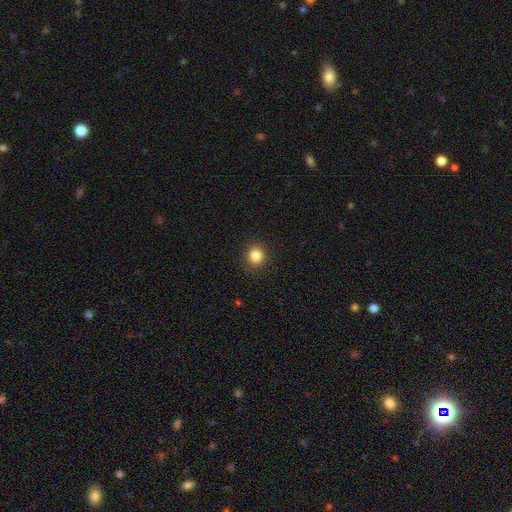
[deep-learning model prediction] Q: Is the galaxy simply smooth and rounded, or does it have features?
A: smooth — 83%.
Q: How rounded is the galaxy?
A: round — 84%.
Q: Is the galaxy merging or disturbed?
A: none — 90%.